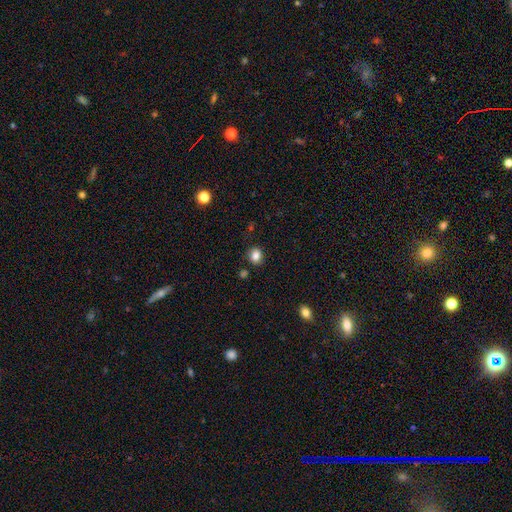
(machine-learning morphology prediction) A smooth galaxy with no disk features (85%) that is round (57%). Merging: none (83%).